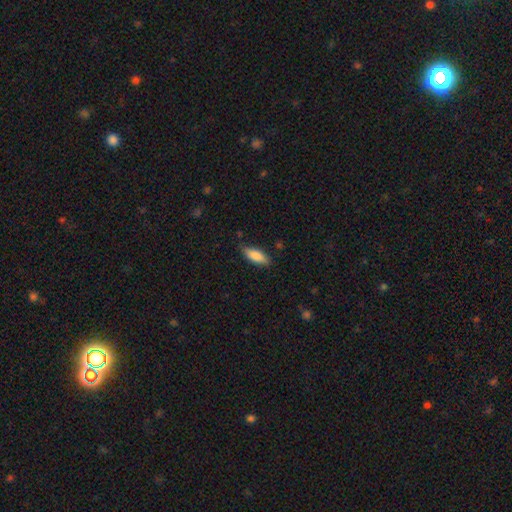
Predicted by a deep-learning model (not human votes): smooth 85%, featured or disk 9%, star or artifact 6%. Down the decision tree: how rounded — in between (69%); merging — none (81%).